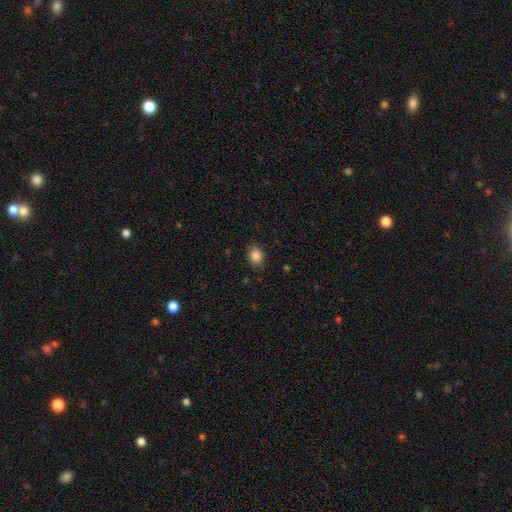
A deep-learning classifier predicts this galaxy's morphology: type=smooth (86%); roundness=in between (59%); merging=none (86%).